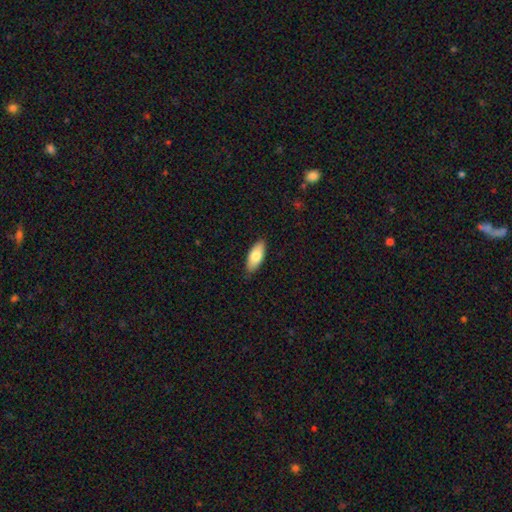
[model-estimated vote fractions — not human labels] smooth_or_featured: smooth (p=0.79) [alt: featured or disk p=0.15]
how_rounded: in between (p=0.85) [alt: cigar-shaped p=0.13]
merging: none (p=0.86) [alt: minor disturbance p=0.12]